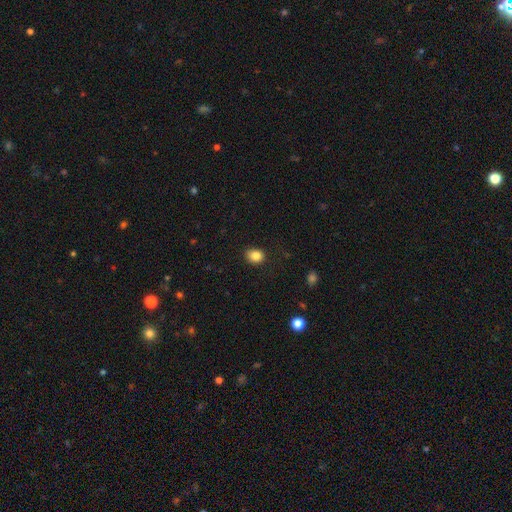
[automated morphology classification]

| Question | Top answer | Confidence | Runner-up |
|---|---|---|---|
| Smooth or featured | smooth | 84% | star or artifact (10%) |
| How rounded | round | 62% | in between (37%) |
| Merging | none | 85% | minor disturbance (12%) |